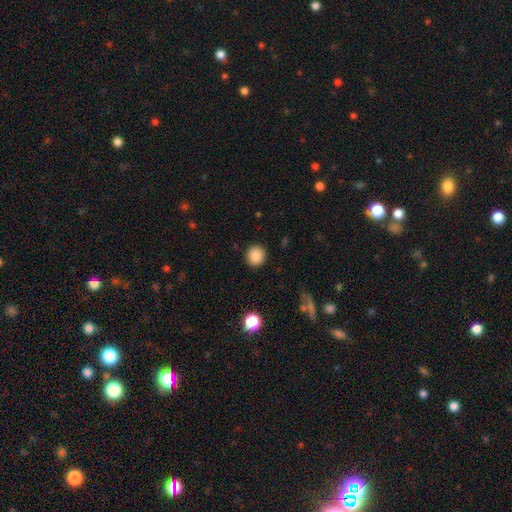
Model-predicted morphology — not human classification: Overall: smooth (87%). How rounded: round (90%). Merging: none (91%).